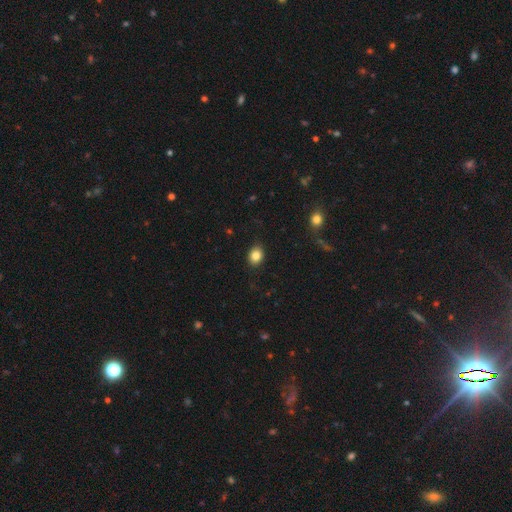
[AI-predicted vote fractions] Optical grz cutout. It shows a smooth galaxy with no disk features (84%) that is in between round and cigar-shaped (53%). Merging: none (87%).